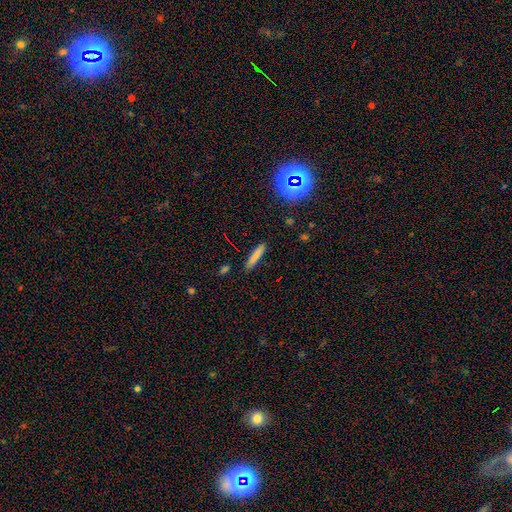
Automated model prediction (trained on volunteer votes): Smooth or featured?
  - smooth: 79% *
  - featured or disk: 11%
  - star or artifact: 10%
How rounded?
  - cigar-shaped: 90% *
  - in between: 8%
  - round: 2%
Merging?
  - none: 88% *
  - minor disturbance: 9%
  - major disturbance: 2%
  - merger: 2%